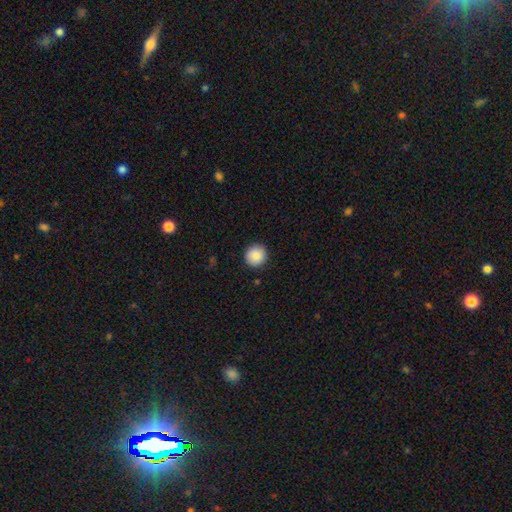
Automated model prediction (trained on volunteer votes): Smooth or featured? Predicted: smooth (p=0.88). How rounded? Predicted: round (p=0.95). Merging? Predicted: none (p=0.92).